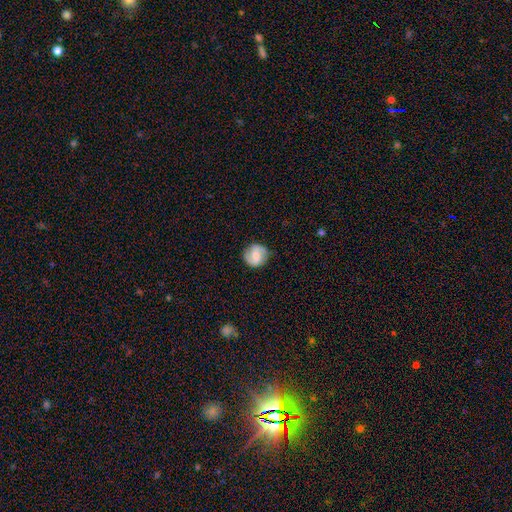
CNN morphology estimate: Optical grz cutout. It shows a featured or disk galaxy (62%) with a weak bar (50%), 2 (88%) medium (47%) spiral arms (92%) and a moderate central bulge (39%). Merging: none (82%).